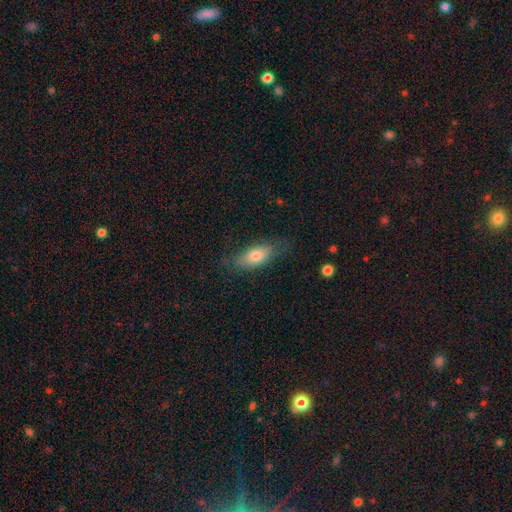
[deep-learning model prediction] Morphology: type=smooth (73%); roundness=in between (79%); merging=none (74%).